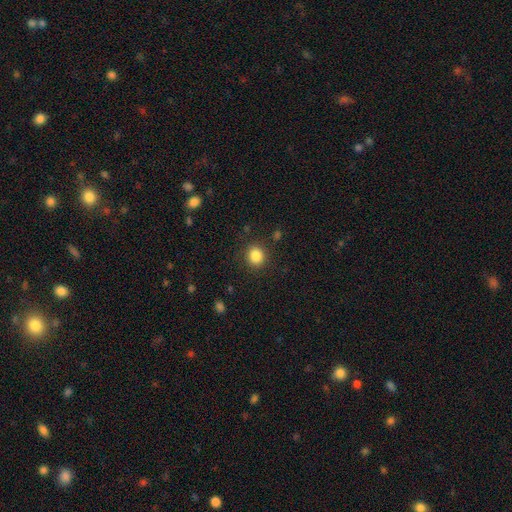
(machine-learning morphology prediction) A smooth galaxy with no disk features (85%) that is round (80%).

Vote fractions:
- Smooth or featured? smooth: 85% / star or artifact: 10% / featured or disk: 4%
- How rounded? round: 80% / in between: 19% / cigar-shaped: 1%
- Merging? none: 88% / minor disturbance: 7% / major disturbance: 3% / merger: 1%